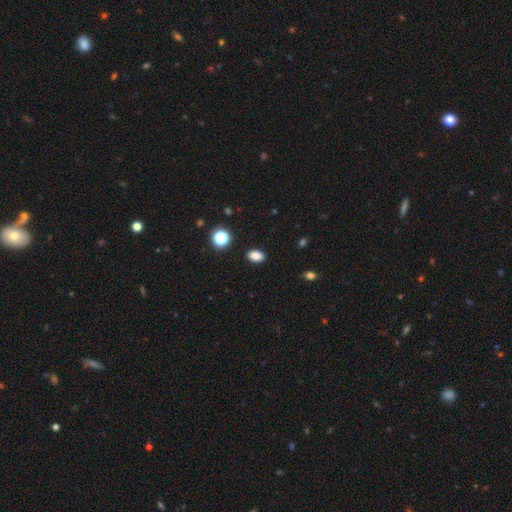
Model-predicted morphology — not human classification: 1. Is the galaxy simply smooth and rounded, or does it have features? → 85% smooth, 12% star or artifact, 3% featured or disk.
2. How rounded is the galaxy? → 82% in between, 17% round, 1% cigar-shaped.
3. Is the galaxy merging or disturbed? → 89% none, 7% minor disturbance, 2% major disturbance, 1% merger.